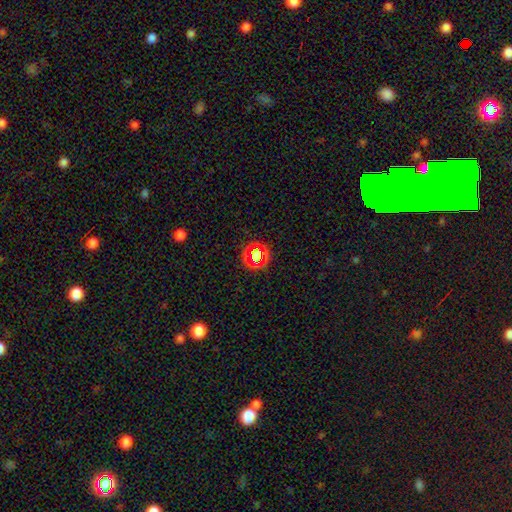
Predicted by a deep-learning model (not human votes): This appears to be a star or artifact, not a galaxy (55%).